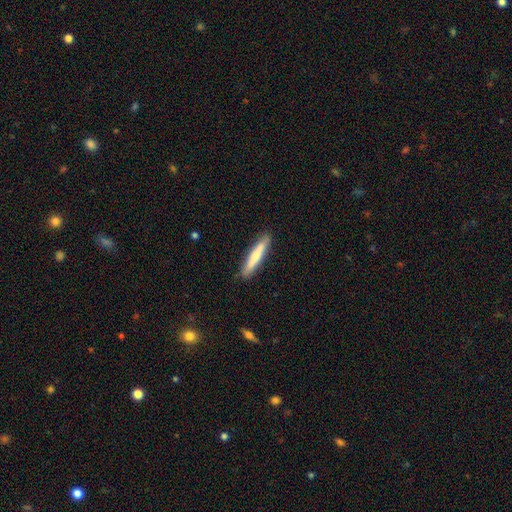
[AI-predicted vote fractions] Morphology: type=smooth (68%); roundness=cigar-shaped (91%); merging=none (89%).